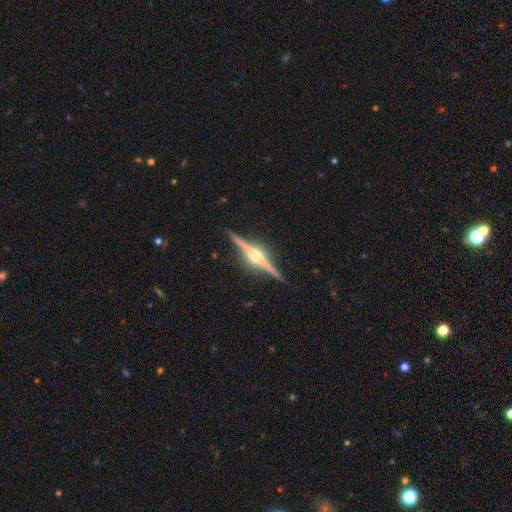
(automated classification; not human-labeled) Smooth or featured: featured or disk — 88% (smooth — 7%)
Edge-on disk: yes — 98% (no — 2%)
Edge-on bulge: rounded — 92% (boxy — 6%)
Merging: none — 90% (minor disturbance — 7%)